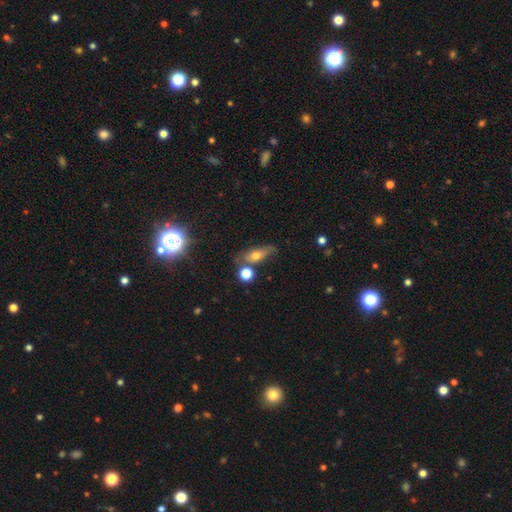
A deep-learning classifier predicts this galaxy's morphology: smooth-or-featured: smooth: 60% | featured or disk: 26% | star or artifact: 14%
  how-rounded: in between: 66% | cigar-shaped: 22% | round: 12%
  merging: none: 54% | minor disturbance: 22% | merger: 15% | major disturbance: 10%